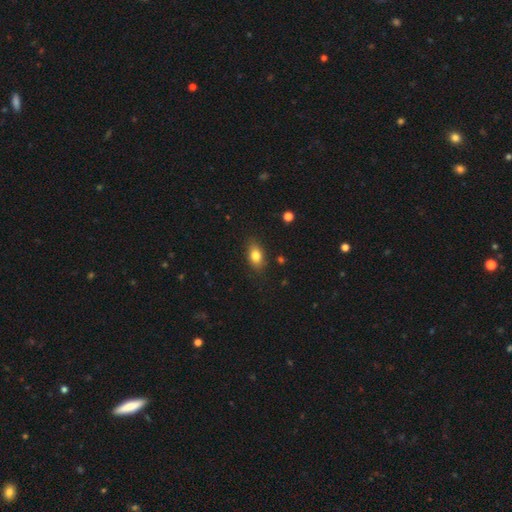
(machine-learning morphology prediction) A smooth galaxy with no disk features (80%) that is in between round and cigar-shaped (82%). Merging: none (83%).